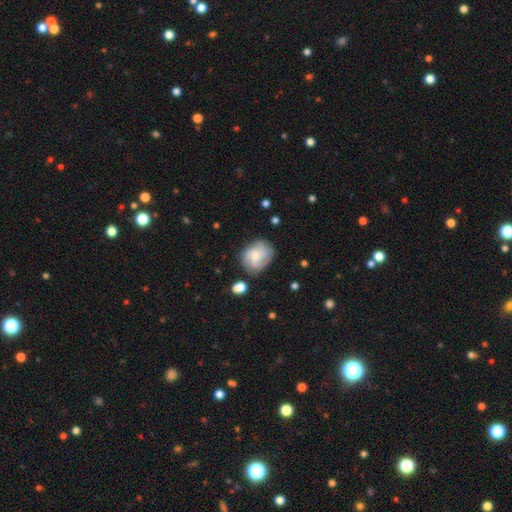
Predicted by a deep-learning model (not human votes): Smooth or featured: smooth — 47% (featured or disk — 45%)
Merging: none — 67% (minor disturbance — 21%)